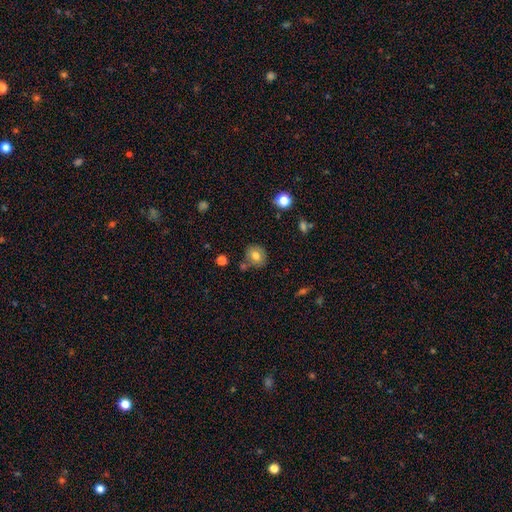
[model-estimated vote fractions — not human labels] smooth-or-featured: smooth: 75% | featured or disk: 14% | star or artifact: 11%
  how-rounded: round: 73% | in between: 26% | cigar-shaped: 1%
  merging: none: 72% | minor disturbance: 15% | merger: 9% | major disturbance: 4%